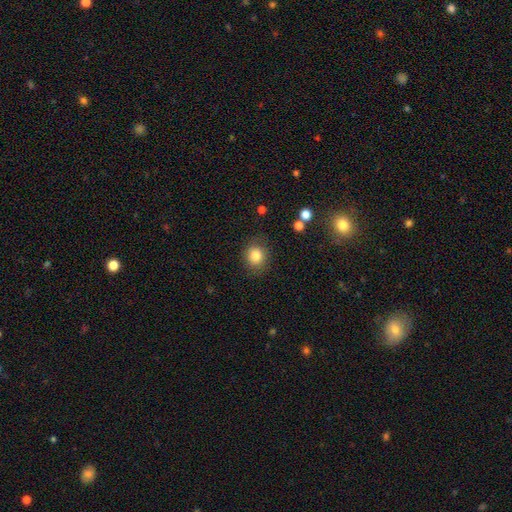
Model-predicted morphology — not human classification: Smooth or featured: smooth — 83% (star or artifact — 10%)
How rounded: round — 75% (in between — 24%)
Merging: none — 82% (minor disturbance — 12%)